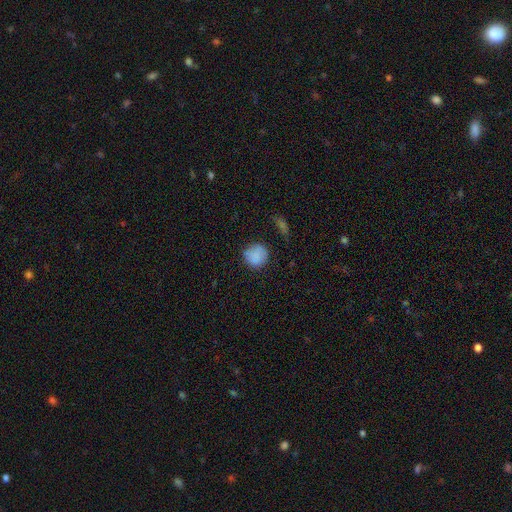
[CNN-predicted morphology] Smooth or featured? Predicted: smooth (p=0.84). How rounded? Predicted: round (p=0.89). Merging? Predicted: none (p=0.69).